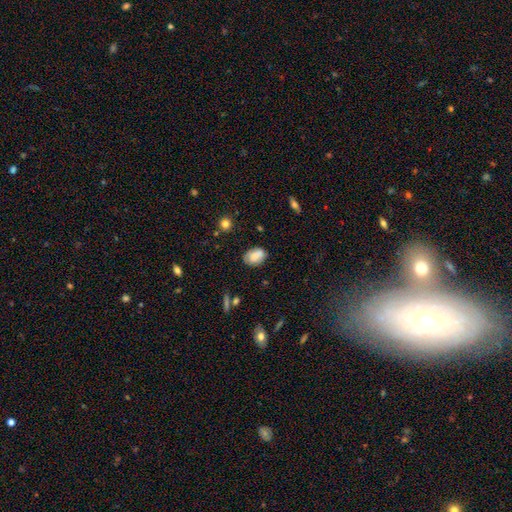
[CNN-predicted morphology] A smooth galaxy with no disk features (77%) that is in between round and cigar-shaped (82%).

Vote fractions:
- Smooth or featured? smooth: 77% / featured or disk: 15% / star or artifact: 9%
- How rounded? in between: 82% / round: 17% / cigar-shaped: 1%
- Merging? none: 72% / minor disturbance: 21% / major disturbance: 4% / merger: 3%